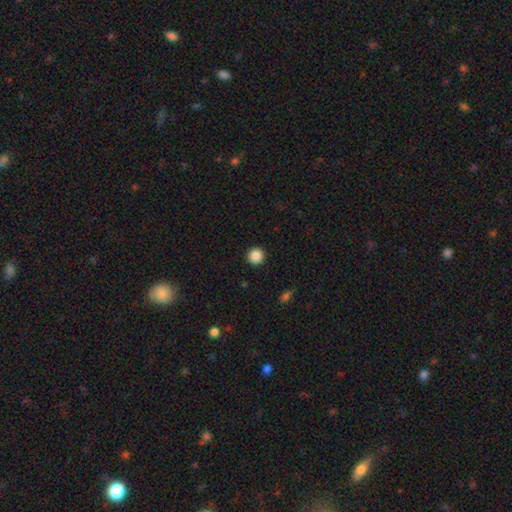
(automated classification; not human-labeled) Morphology: type=smooth (87%); roundness=round (95%); merging=none (93%).